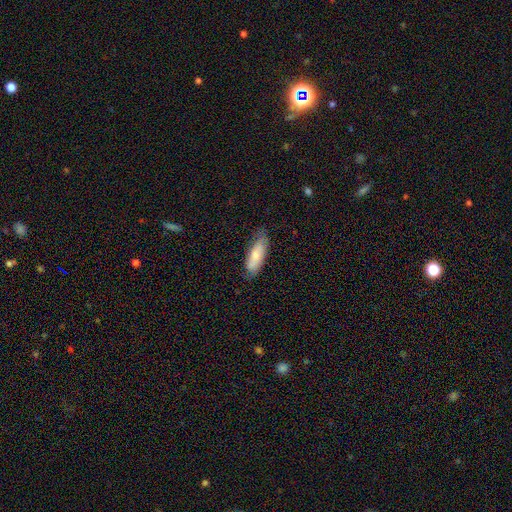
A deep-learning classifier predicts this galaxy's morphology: A smooth galaxy with no disk features (72%) that is in between round and cigar-shaped (65%).

Vote fractions:
- Smooth or featured? smooth: 72% / featured or disk: 22% / star or artifact: 6%
- How rounded? in between: 65% / cigar-shaped: 33% / round: 2%
- Merging? none: 71% / minor disturbance: 23% / major disturbance: 4% / merger: 1%